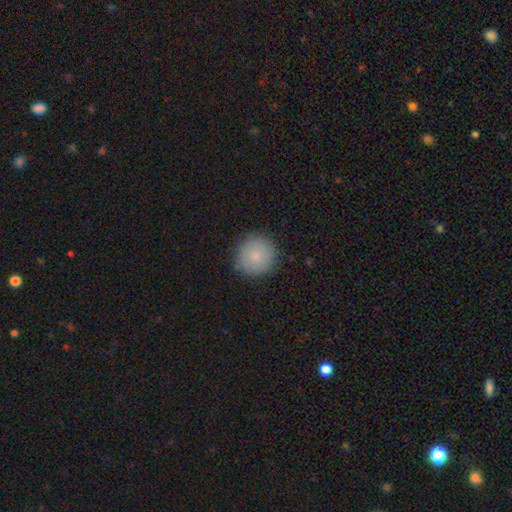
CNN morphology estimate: The model was most divided on "smooth or featured": smooth: 83%, featured or disk: 9%, star or artifact: 7%. More confident: how rounded — round (93%); merging — none (88%).